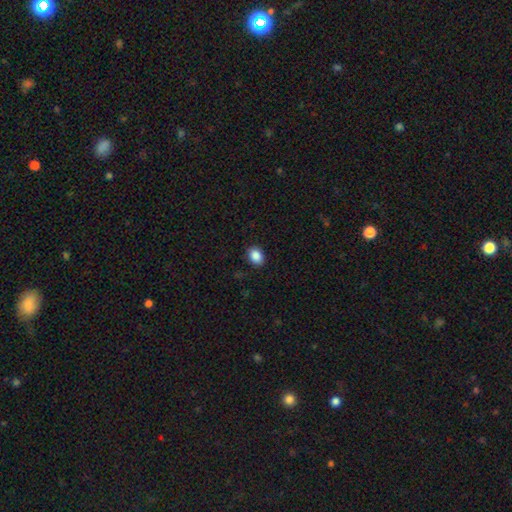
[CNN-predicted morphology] This is clearly a smooth galaxy (88%). How rounded: likely in between (65%). Merging: clearly none (89%).